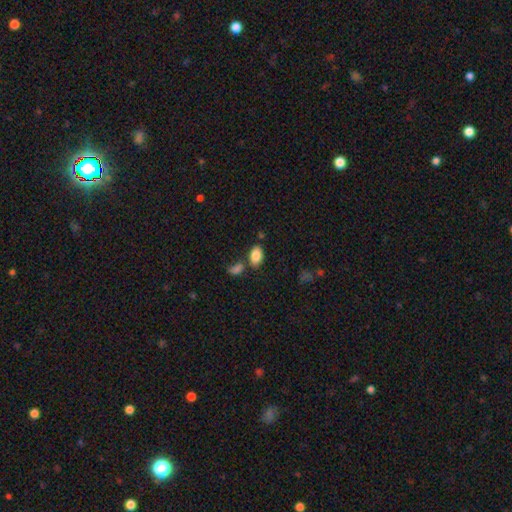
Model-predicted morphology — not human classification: Overall: smooth (85%). How rounded: in between (90%). Merging: none (68%).